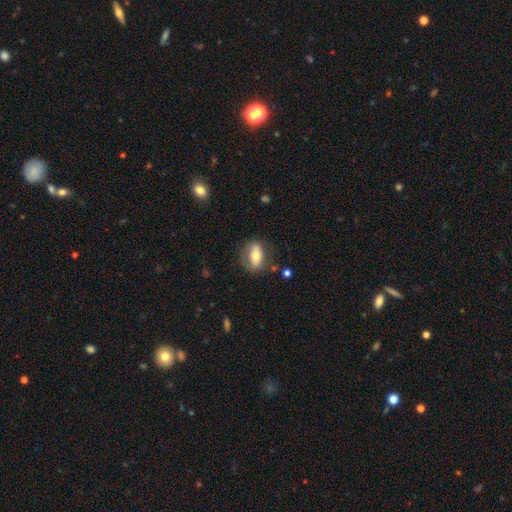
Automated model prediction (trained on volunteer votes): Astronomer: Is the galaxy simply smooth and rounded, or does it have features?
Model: smooth — 63%.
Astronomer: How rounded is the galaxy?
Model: in between — 80%.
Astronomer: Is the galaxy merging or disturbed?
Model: none — 75%.